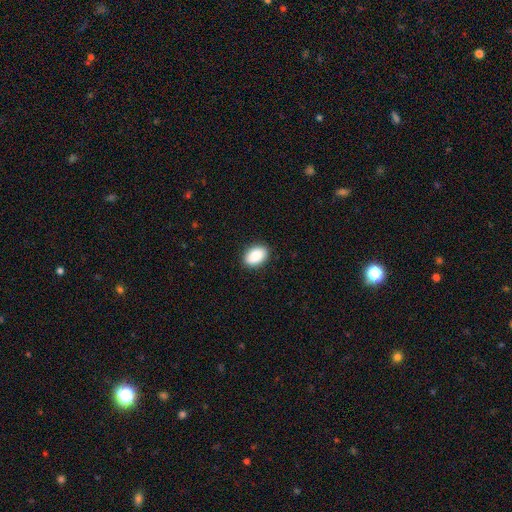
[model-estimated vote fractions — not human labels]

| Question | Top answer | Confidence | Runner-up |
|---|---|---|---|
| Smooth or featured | smooth | 90% | star or artifact (7%) |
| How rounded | in between | 88% | round (10%) |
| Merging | none | 89% | minor disturbance (8%) |